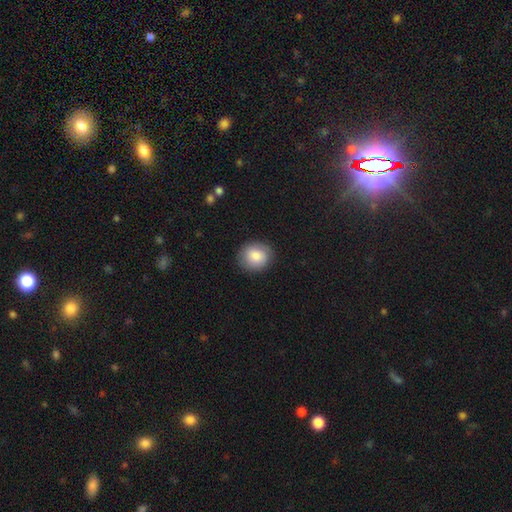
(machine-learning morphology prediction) Smooth or featured: smooth — 84% (featured or disk — 9%)
How rounded: round — 79% (in between — 20%)
Merging: none — 88% (minor disturbance — 9%)